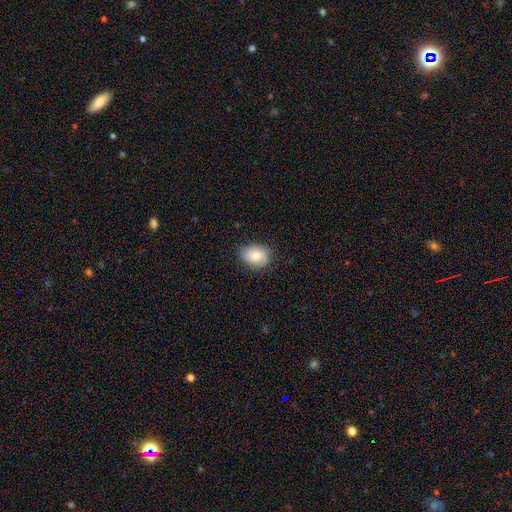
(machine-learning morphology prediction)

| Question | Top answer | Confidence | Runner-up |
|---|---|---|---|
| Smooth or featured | smooth | 71% | featured or disk (21%) |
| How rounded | in between | 61% | round (38%) |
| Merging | none | 73% | minor disturbance (22%) |